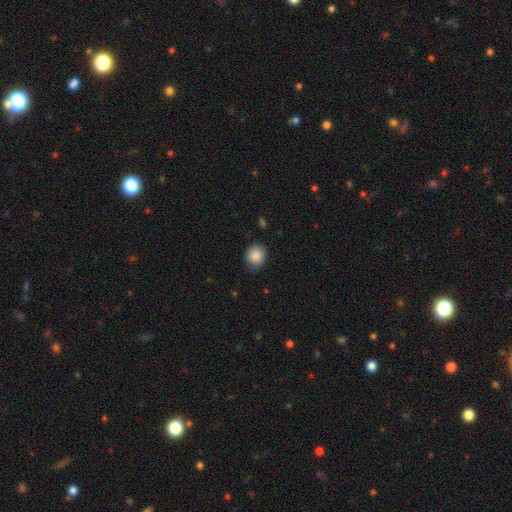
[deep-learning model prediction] This appears to be a smooth galaxy with no disk features (87%) that is round (68%). Merging: none (75%).